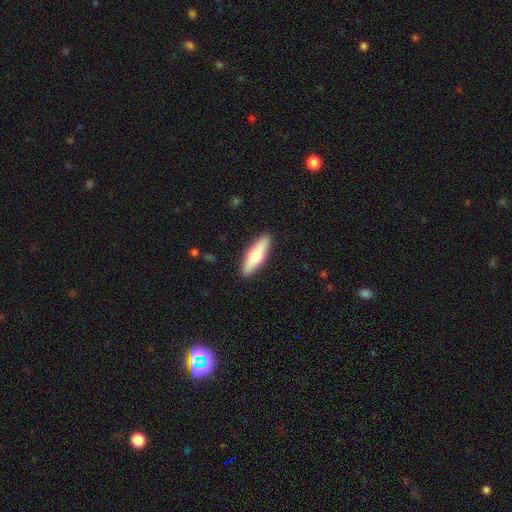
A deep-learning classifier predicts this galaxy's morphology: This appears to be a smooth galaxy with no disk features (67%) that is cigar-shaped (58%). Merging: none (90%).